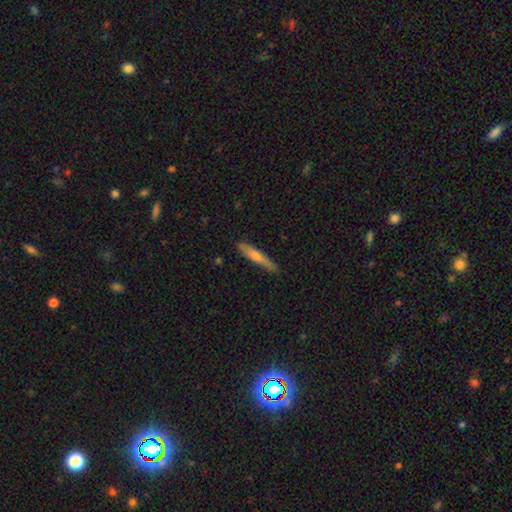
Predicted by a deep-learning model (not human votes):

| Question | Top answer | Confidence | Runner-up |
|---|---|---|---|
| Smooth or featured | smooth | 57% | featured or disk (38%) |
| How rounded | cigar-shaped | 93% | in between (6%) |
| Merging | none | 85% | minor disturbance (12%) |